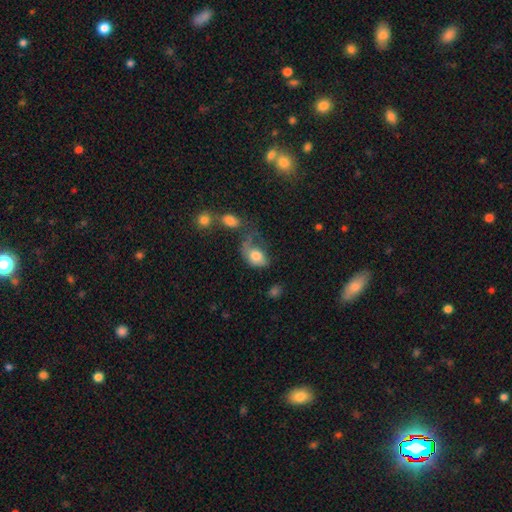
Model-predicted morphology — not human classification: Overall: smooth (74%). How rounded: in between (82%). Merging: major disturbance (39%; minor disturbance 27%).